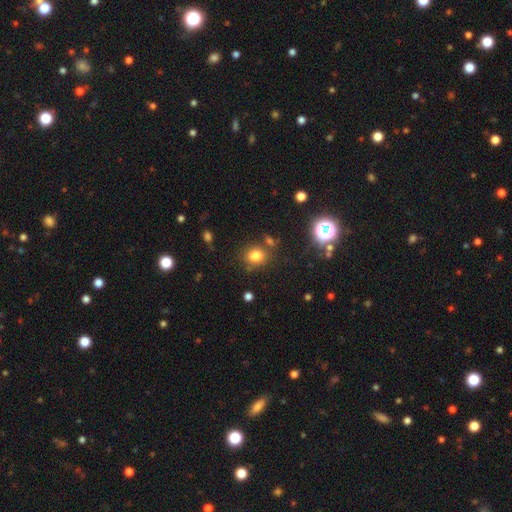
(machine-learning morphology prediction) This is likely a smooth galaxy (78%). How rounded: possibly round (60%). Merging: likely none (76%).